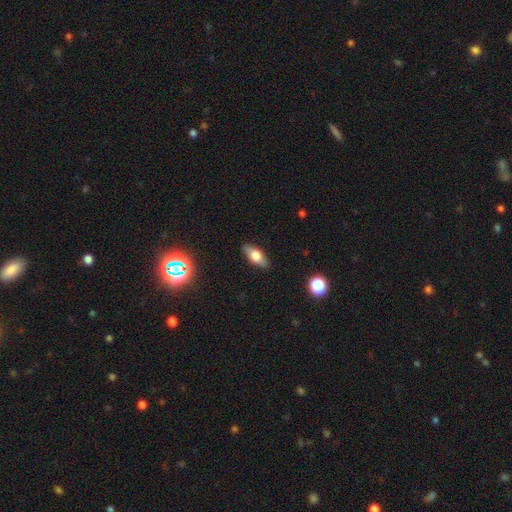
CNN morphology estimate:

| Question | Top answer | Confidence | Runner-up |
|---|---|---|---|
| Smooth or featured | smooth | 69% | featured or disk (22%) |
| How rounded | in between | 82% | cigar-shaped (13%) |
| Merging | none | 87% | minor disturbance (10%) |